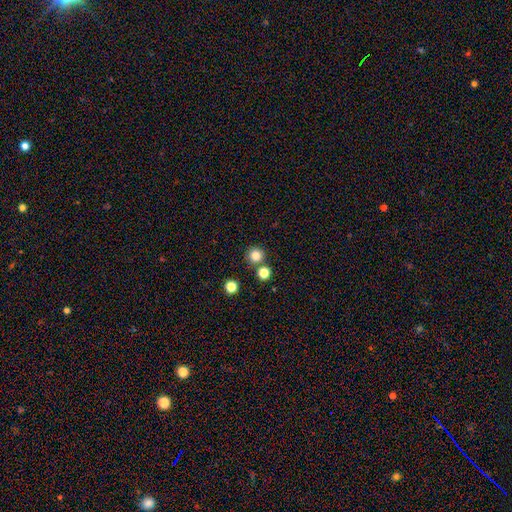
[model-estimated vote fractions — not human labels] smooth-or-featured: smooth: 82% | star or artifact: 13% | featured or disk: 5%
  how-rounded: round: 94% | in between: 5% | cigar-shaped: 1%
  merging: none: 80% | merger: 10% | minor disturbance: 7% | major disturbance: 2%